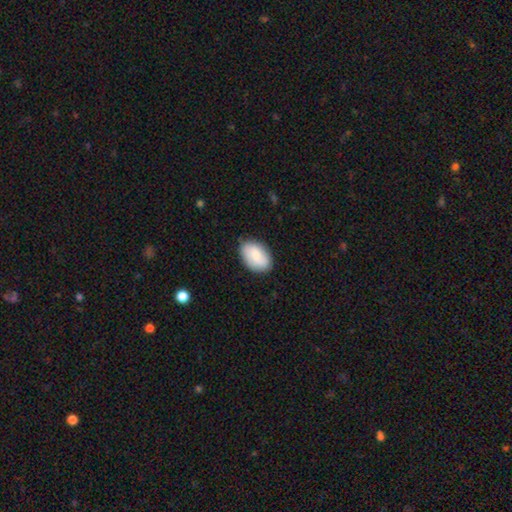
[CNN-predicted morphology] smooth_or_featured: smooth (p=0.76) [alt: featured or disk p=0.18]
how_rounded: in between (p=0.90) [alt: round p=0.09]
merging: none (p=0.79) [alt: minor disturbance p=0.16]